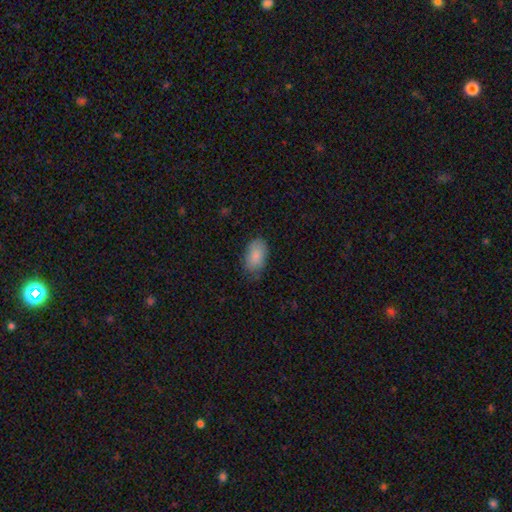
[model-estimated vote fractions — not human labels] This is clearly a smooth galaxy (86%). How rounded: clearly in between (91%). Merging: likely none (72%).